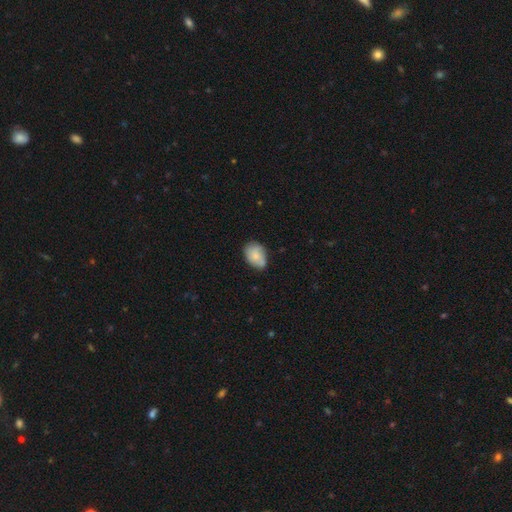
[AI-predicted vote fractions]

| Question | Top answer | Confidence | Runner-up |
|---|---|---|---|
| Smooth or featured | smooth | 78% | featured or disk (16%) |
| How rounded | in between | 77% | round (21%) |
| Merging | none | 63% | minor disturbance (28%) |